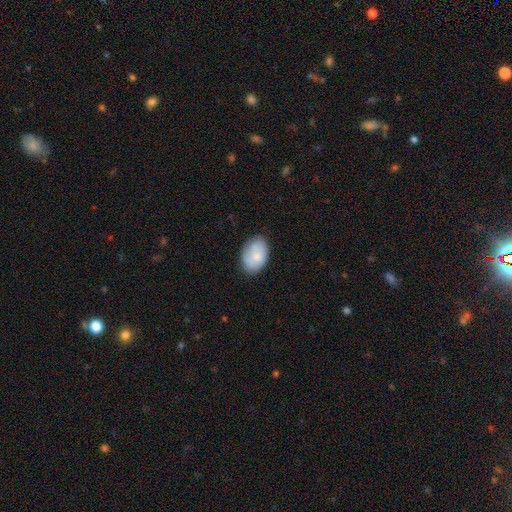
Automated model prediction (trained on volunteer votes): Smooth or featured? smooth (75%)
How rounded? in between (85%)
Merging? none (75%)